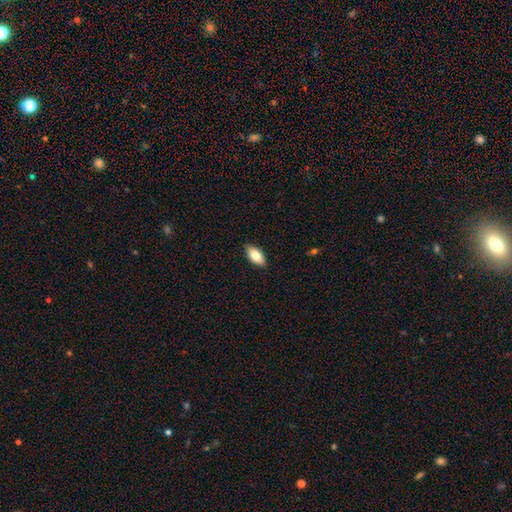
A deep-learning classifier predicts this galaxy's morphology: Smooth or featured?
  - smooth: 77% *
  - featured or disk: 17%
  - star or artifact: 7%
How rounded?
  - in between: 90% *
  - cigar-shaped: 7%
  - round: 3%
Merging?
  - none: 88% *
  - minor disturbance: 9%
  - major disturbance: 2%
  - merger: 1%